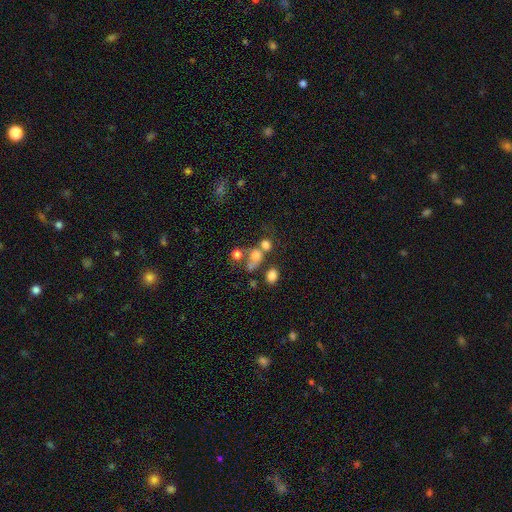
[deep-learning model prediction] Smooth or featured? Predicted: smooth (p=0.67). How rounded? Predicted: round (p=0.66). Merging? Predicted: merger (p=0.44).